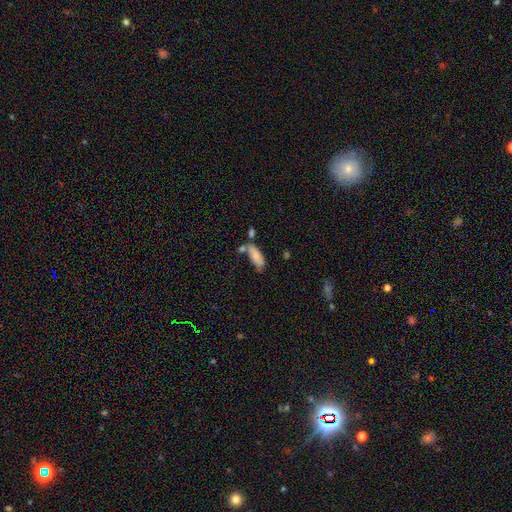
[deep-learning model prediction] This is likely a smooth galaxy (76%). How rounded: likely in between (77%). Merging: marginally none (42%).